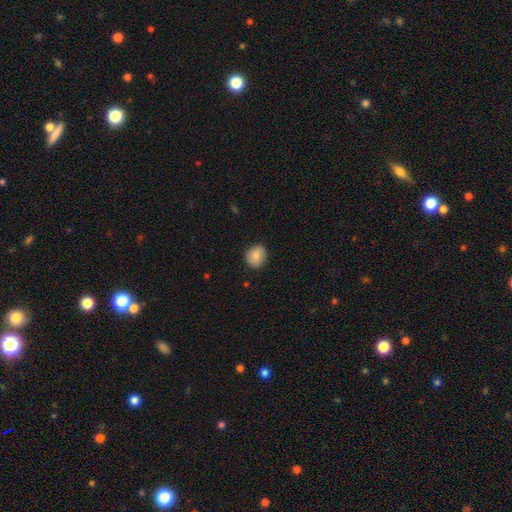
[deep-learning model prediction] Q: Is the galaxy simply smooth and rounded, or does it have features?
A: smooth — 82%.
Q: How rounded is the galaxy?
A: round — 75%.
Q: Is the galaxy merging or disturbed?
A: none — 86%.